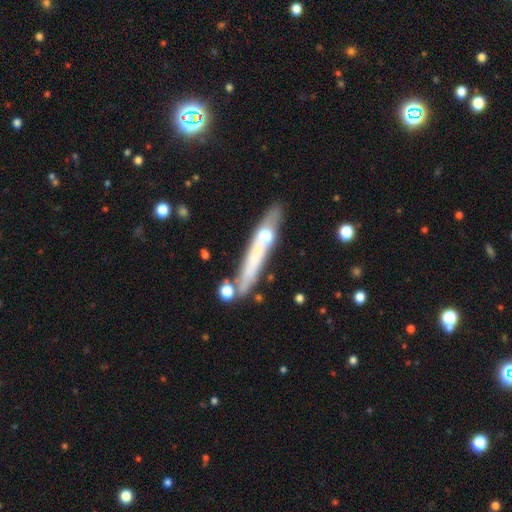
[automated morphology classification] Smooth or featured?
  - featured or disk: 48% *
  - smooth: 43%
  - star or artifact: 9%
Merging?
  - none: 70% *
  - minor disturbance: 15%
  - merger: 10%
  - major disturbance: 5%